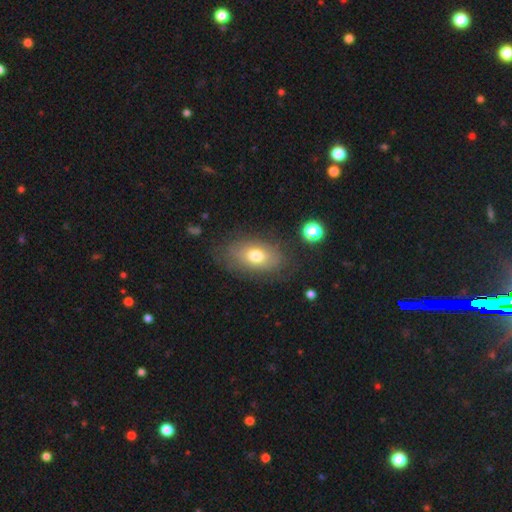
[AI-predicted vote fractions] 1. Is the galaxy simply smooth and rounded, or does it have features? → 66% smooth, 25% featured or disk, 10% star or artifact.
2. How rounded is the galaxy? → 88% in between, 10% round, 2% cigar-shaped.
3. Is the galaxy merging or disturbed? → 75% none, 16% minor disturbance, 7% major disturbance, 2% merger.